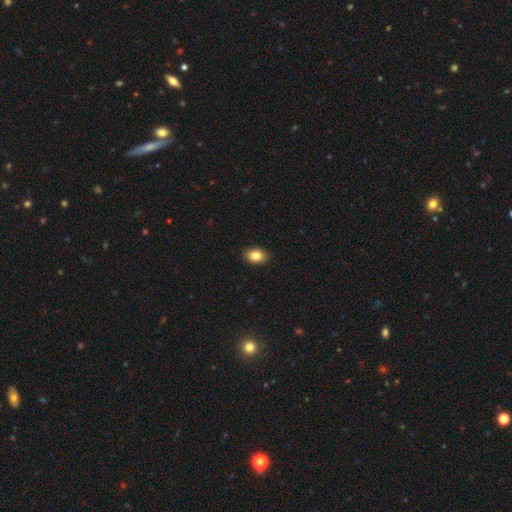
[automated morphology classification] This is clearly a smooth galaxy (85%). How rounded: clearly in between (81%). Merging: clearly none (90%).